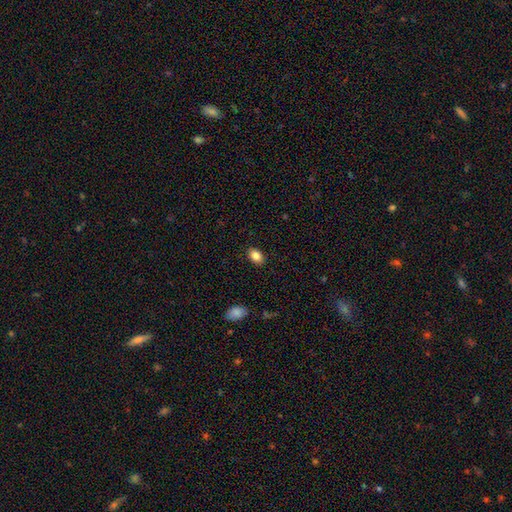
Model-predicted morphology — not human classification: Smooth or featured: smooth — 85% (star or artifact — 9%)
How rounded: in between — 82% (round — 17%)
Merging: none — 87% (minor disturbance — 9%)